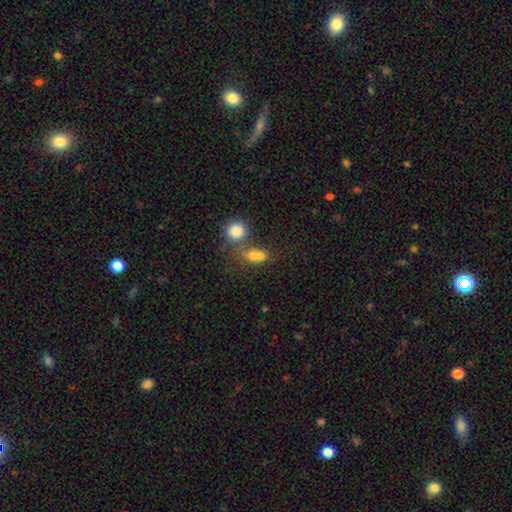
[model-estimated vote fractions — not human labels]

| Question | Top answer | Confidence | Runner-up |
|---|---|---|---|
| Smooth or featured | smooth | 69% | featured or disk (16%) |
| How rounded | in between | 48% | round (47%) |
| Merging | merger | 56% | none (28%) |